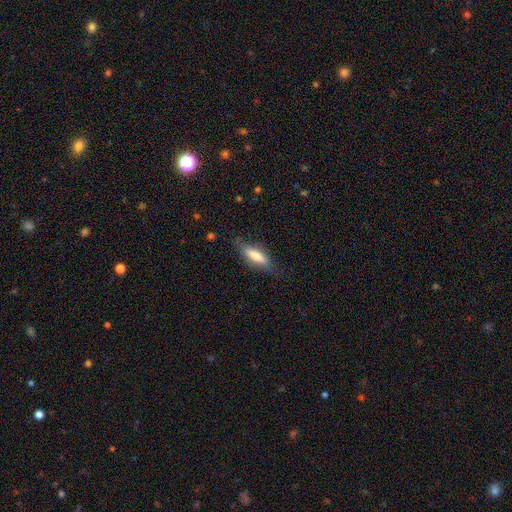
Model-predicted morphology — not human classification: smooth 64%, featured or disk 30%, star or artifact 6%. Down the decision tree: how rounded — cigar-shaped (49%, tied with in between); merging — none (73%).